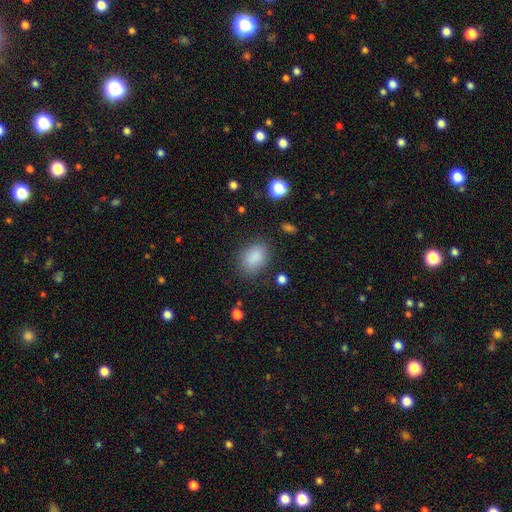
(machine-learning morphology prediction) A smooth galaxy with no disk features (86%) that is in between round and cigar-shaped (80%). Merging: none (82%).